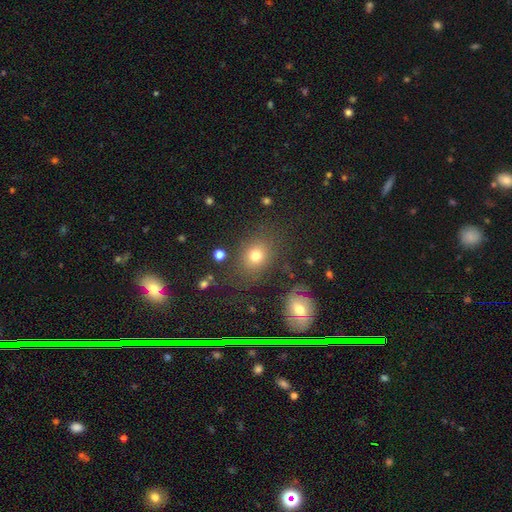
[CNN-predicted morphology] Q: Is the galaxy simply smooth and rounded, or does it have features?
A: smooth — 74%.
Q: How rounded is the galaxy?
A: round — 53%.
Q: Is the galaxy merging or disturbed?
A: none — 74%.